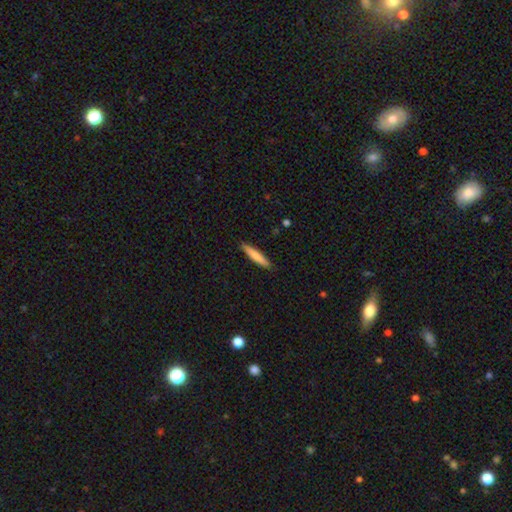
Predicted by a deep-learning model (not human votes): Smooth or featured?
  - smooth: 77% *
  - featured or disk: 18%
  - star or artifact: 6%
How rounded?
  - cigar-shaped: 89% *
  - in between: 10%
  - round: 1%
Merging?
  - none: 89% *
  - minor disturbance: 8%
  - major disturbance: 2%
  - merger: 1%